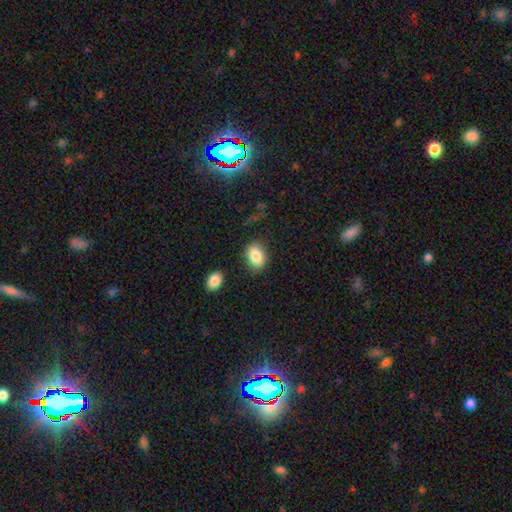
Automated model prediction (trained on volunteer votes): smooth 85%, star or artifact 8%, featured or disk 7%. Down the decision tree: how rounded — in between (81%); merging — none (80%).